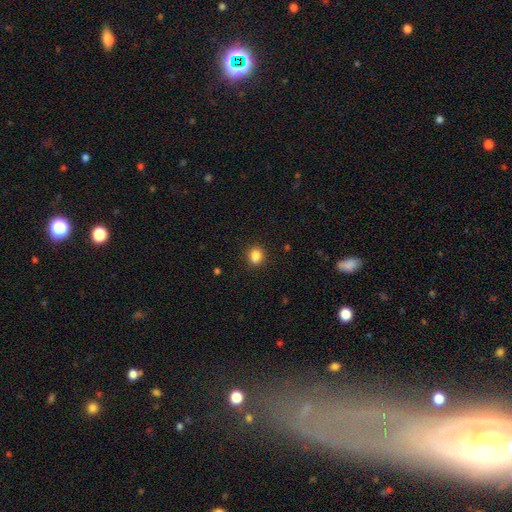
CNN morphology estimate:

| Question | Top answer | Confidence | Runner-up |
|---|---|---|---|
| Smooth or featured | smooth | 86% | star or artifact (10%) |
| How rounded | round | 53% | in between (46%) |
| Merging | none | 87% | minor disturbance (9%) |